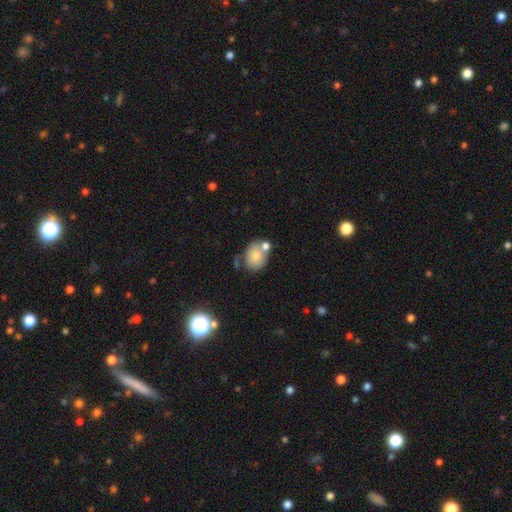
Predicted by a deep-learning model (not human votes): A smooth galaxy with no disk features (75%) that is in between round and cigar-shaped (53%).

Vote fractions:
- Smooth or featured? smooth: 75% / featured or disk: 15% / star or artifact: 9%
- How rounded? in between: 53% / round: 46% / cigar-shaped: 1%
- Merging? none: 50% / merger: 29% / minor disturbance: 16% / major disturbance: 5%